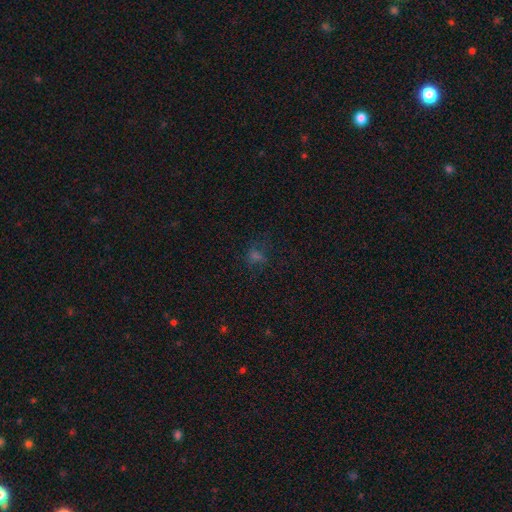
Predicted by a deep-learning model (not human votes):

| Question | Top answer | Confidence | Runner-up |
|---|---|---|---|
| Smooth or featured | smooth | 46% | star or artifact (38%) |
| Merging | none | 61% | minor disturbance (18%) |